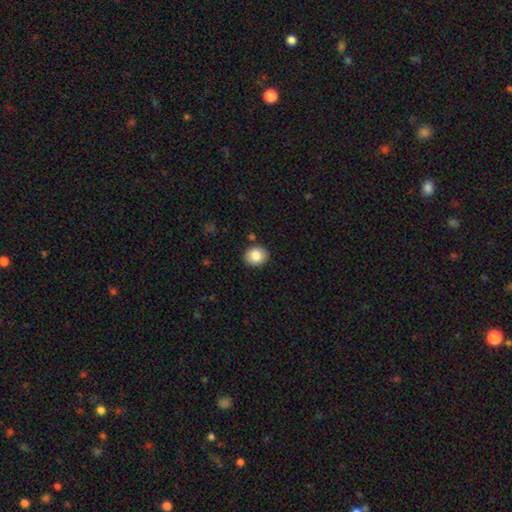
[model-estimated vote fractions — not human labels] Q: Smooth or featured?
A: smooth (84%); runner-up: star or artifact (9%)
Q: How rounded?
A: round (67%); runner-up: in between (32%)
Q: Merging?
A: none (88%); runner-up: minor disturbance (8%)